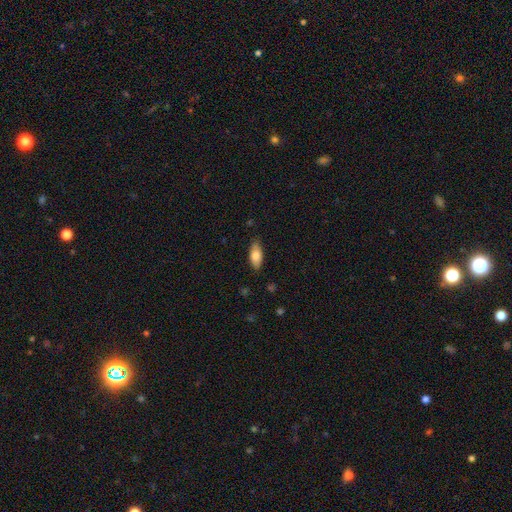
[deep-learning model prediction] This is clearly a smooth galaxy (81%). How rounded: clearly in between (84%). Merging: clearly none (81%).